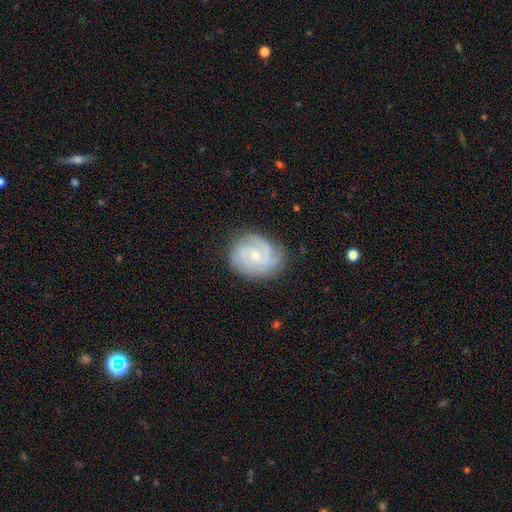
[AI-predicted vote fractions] smooth_or_featured: featured or disk (p=0.75) [alt: smooth p=0.19]
disk_edge_on: no (p=0.97) [alt: yes p=0.03]
bar: no (p=0.58) [alt: weak p=0.36]
has_spiral_arms: yes (p=0.94) [alt: no p=0.06]
spiral_winding: tight (p=0.55) [alt: medium p=0.35]
spiral_arm_count: 2 (p=0.34) [alt: 3 p=0.26]
bulge_size: small (p=0.61) [alt: moderate p=0.35]
merging: none (p=0.76) [alt: minor disturbance p=0.17]